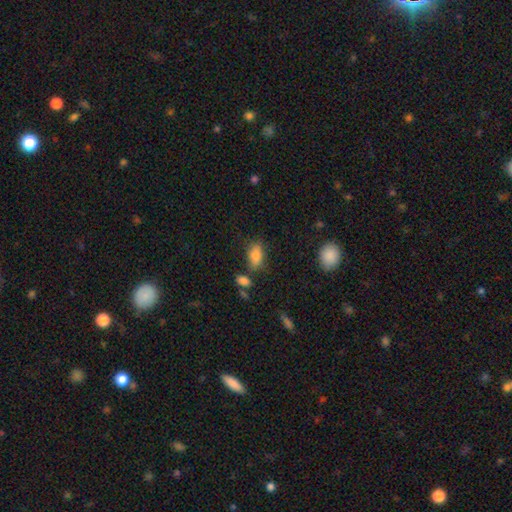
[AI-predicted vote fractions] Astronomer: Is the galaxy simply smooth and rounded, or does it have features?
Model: smooth — 83%.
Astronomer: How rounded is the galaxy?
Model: in between — 87%.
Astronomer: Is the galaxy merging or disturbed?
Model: none — 68%.